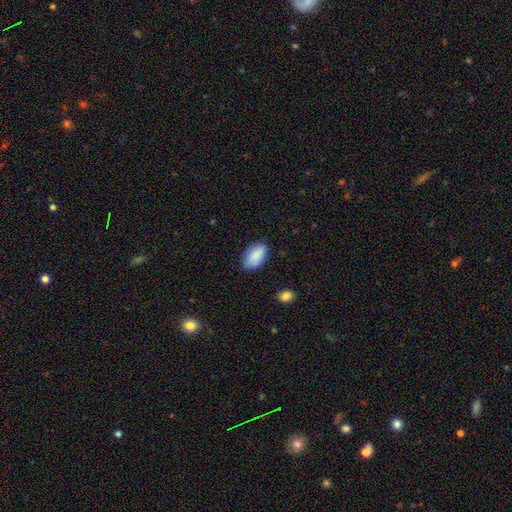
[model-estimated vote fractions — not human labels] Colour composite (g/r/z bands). It shows a smooth galaxy with no disk features (88%) that is in between round and cigar-shaped (94%). Merging: none (81%).